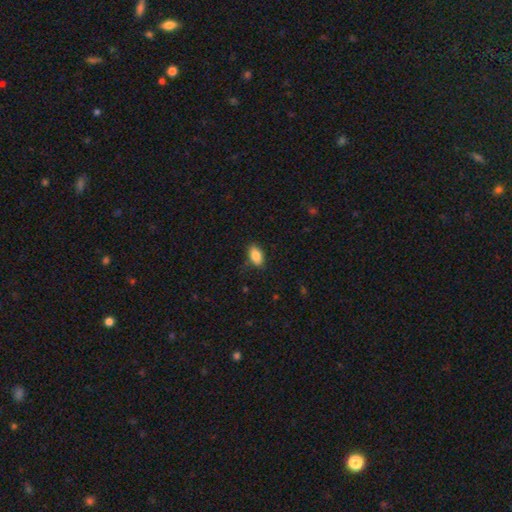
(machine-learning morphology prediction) smooth 87%, star or artifact 7%, featured or disk 6%. Down the decision tree: how rounded — in between (91%); merging — none (81%).